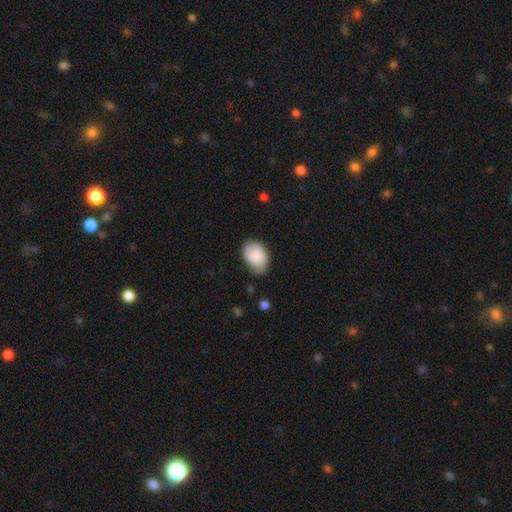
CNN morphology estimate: Smooth or featured? smooth (77%)
How rounded? in between (78%)
Merging? none (56%)